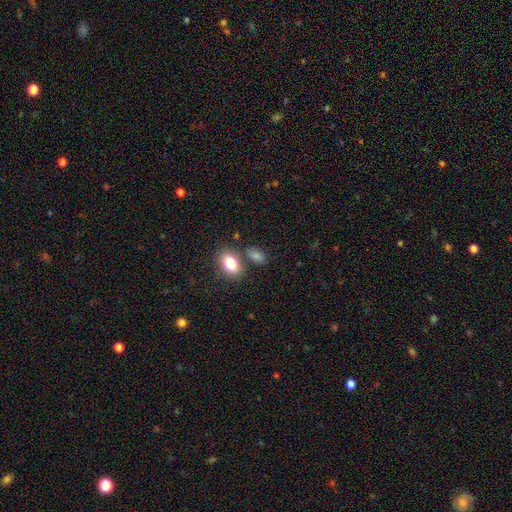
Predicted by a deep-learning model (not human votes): Smooth or featured? smooth (80%)
How rounded? in between (82%)
Merging? none (69%)